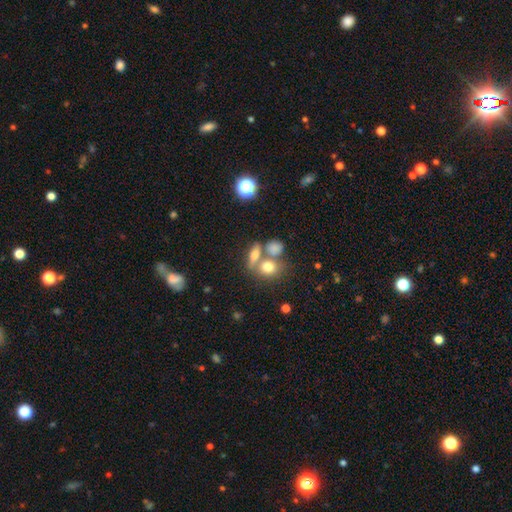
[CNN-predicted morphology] Smooth or featured? Predicted: smooth (p=0.58). How rounded? Predicted: in between (p=0.47). Merging? Predicted: merger (p=0.46).